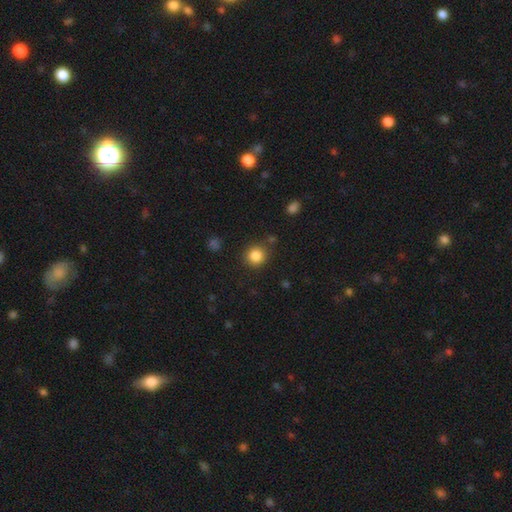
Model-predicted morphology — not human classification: smooth 85%, star or artifact 11%, featured or disk 4%. Down the decision tree: how rounded — round (91%); merging — none (85%).